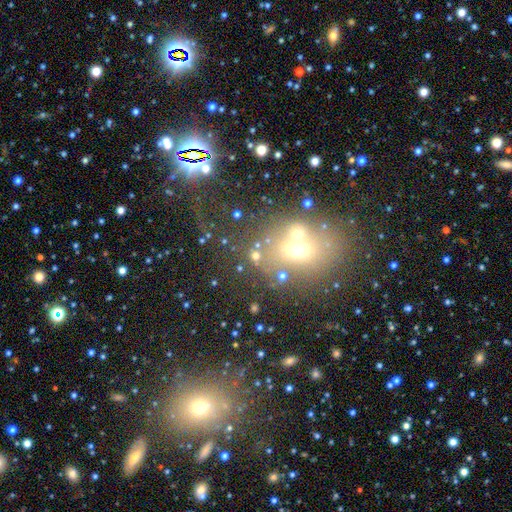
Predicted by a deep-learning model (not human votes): Morphology: type=smooth (52%); roundness=round (65%); merging=none (50%).